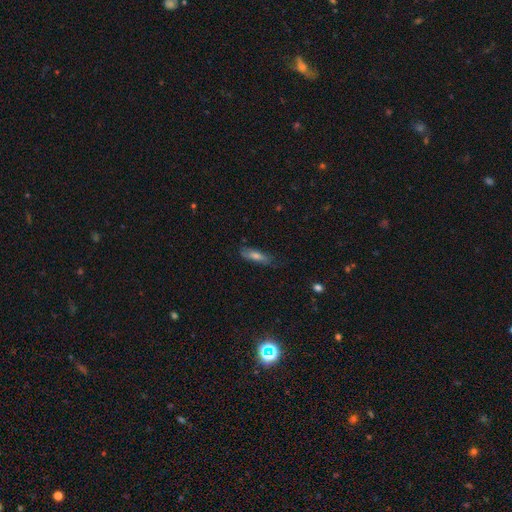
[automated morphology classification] type=smooth (53%); roundness=cigar-shaped (54%); merging=none (73%).